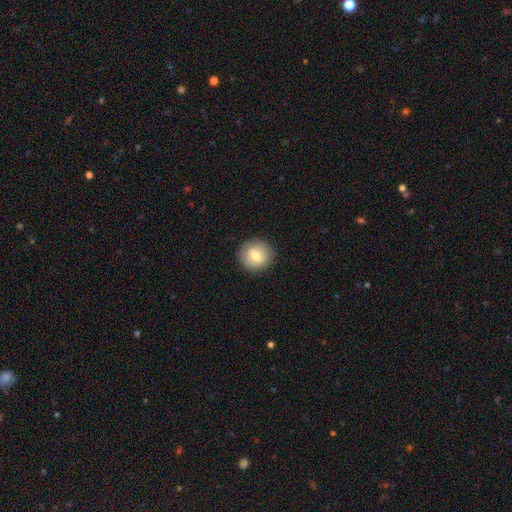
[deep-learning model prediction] A smooth galaxy with no disk features (74%) that is round (91%). Merging: none (90%).